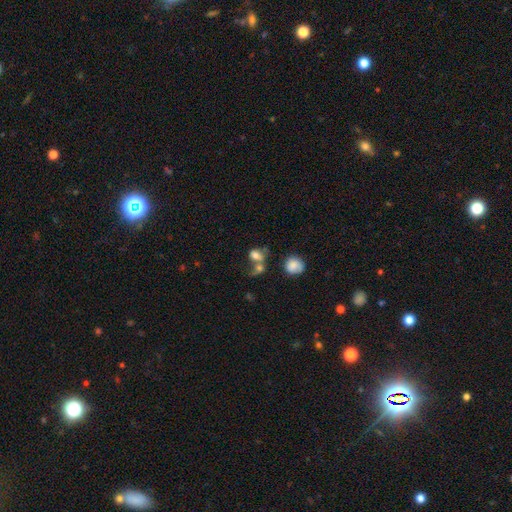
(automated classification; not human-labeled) Morphology: type=smooth (72%); roundness=round (49%, tied with in between); merging=merger (51%).